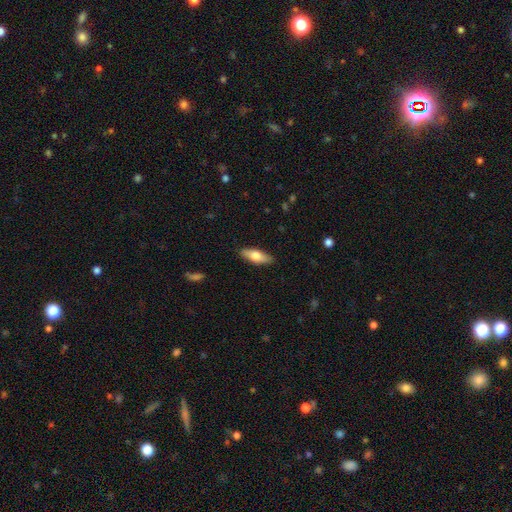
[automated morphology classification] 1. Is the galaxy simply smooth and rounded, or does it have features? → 69% smooth, 25% featured or disk, 6% star or artifact.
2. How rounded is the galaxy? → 64% in between, 34% cigar-shaped, 2% round.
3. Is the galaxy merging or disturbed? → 88% none, 9% minor disturbance, 2% major disturbance, 1% merger.